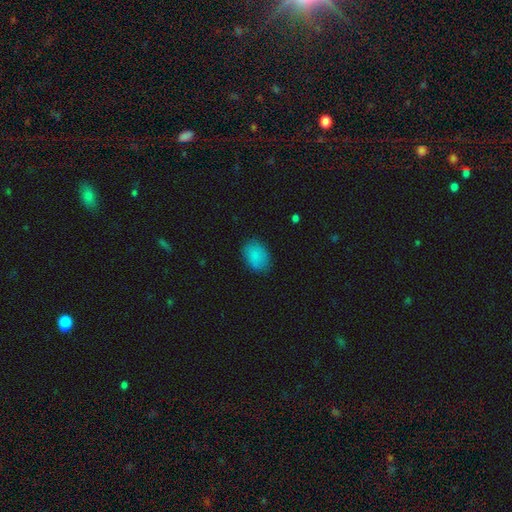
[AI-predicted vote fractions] A smooth galaxy with no disk features (85%) that is in between round and cigar-shaped (75%).

Vote fractions:
- Smooth or featured? smooth: 85% / star or artifact: 8% / featured or disk: 7%
- How rounded? in between: 75% / round: 24% / cigar-shaped: 1%
- Merging? none: 80% / minor disturbance: 16% / major disturbance: 4% / merger: 1%